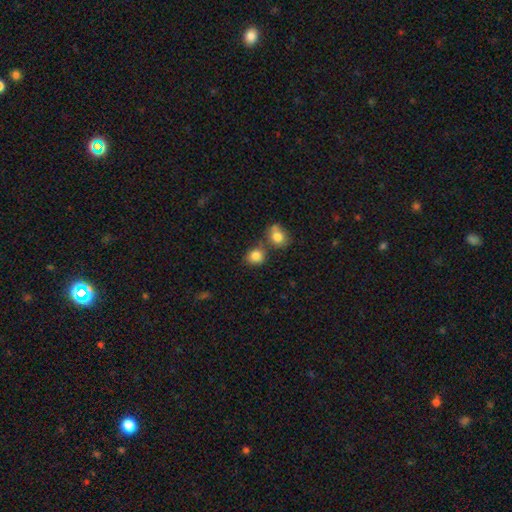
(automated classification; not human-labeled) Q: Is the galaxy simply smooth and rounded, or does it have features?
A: smooth — 84%.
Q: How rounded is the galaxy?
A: round — 71%.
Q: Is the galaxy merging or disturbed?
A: none — 58%.